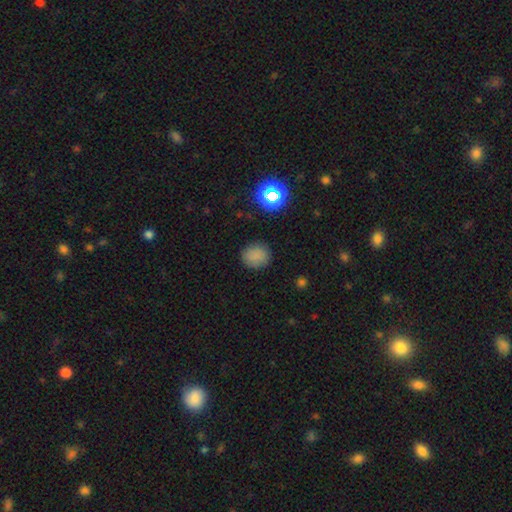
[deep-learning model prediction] Q: Smooth or featured?
A: smooth (79%); runner-up: star or artifact (16%)
Q: How rounded?
A: round (76%); runner-up: in between (23%)
Q: Merging?
A: none (85%); runner-up: minor disturbance (10%)